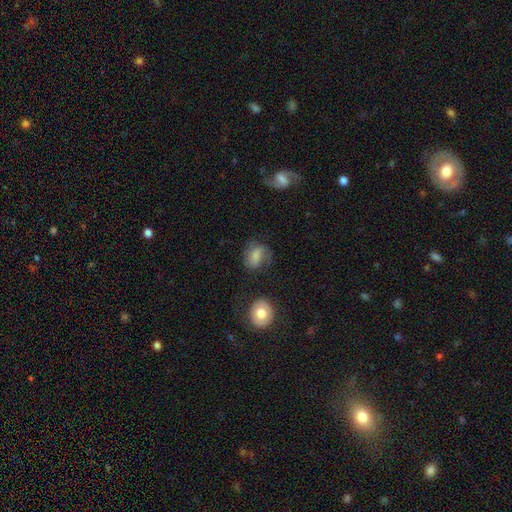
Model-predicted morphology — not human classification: This appears to be a smooth galaxy with no disk features (65%) that is in between round and cigar-shaped (60%). Merging: none (56%).